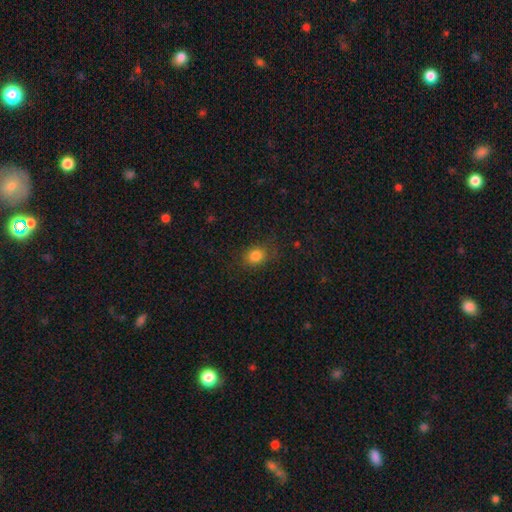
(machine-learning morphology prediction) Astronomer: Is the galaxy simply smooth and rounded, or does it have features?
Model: smooth — 82%.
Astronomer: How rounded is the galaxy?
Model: round — 49%, tied with in between at 49%.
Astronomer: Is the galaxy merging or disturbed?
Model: none — 79%.